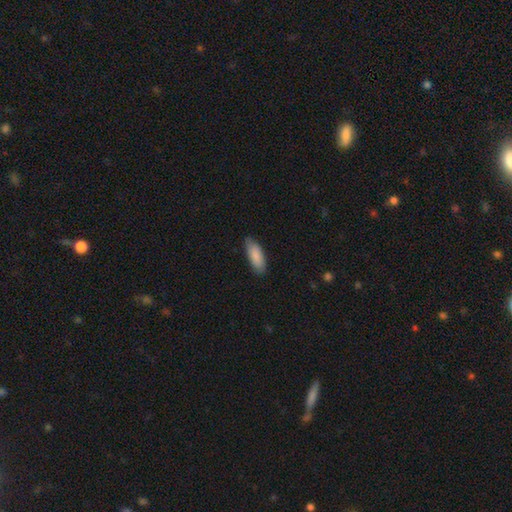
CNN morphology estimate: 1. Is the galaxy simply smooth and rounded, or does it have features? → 85% smooth, 10% featured or disk, 5% star or artifact.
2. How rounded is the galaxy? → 76% in between, 22% cigar-shaped, 2% round.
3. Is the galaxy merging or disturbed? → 81% none, 16% minor disturbance, 2% major disturbance, 1% merger.